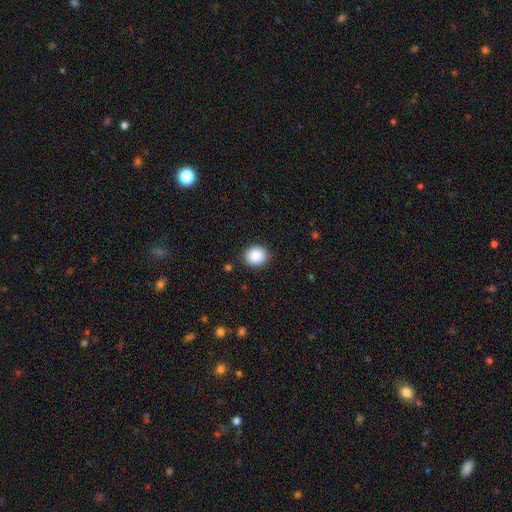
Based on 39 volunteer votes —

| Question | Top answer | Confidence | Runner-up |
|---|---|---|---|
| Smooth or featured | smooth | 85% | featured or disk (10%) |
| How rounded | round | 91% | in between (9%) |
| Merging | none | 92% | major disturbance (5%) |